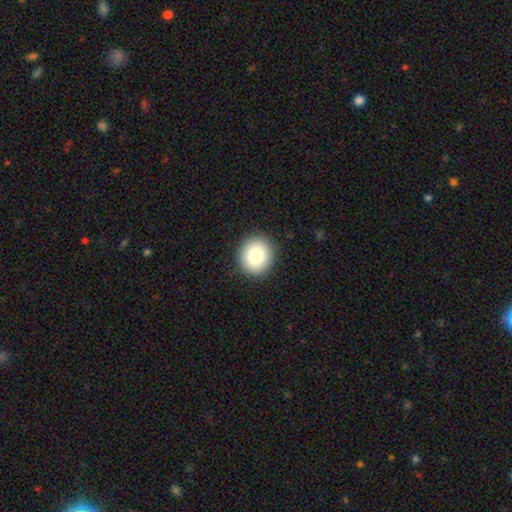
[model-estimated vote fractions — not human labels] The model was most divided on "how rounded": round: 85%, in between: 14%, cigar-shaped: 1%. More confident: merging — none (91%); smooth or featured — smooth (81%).